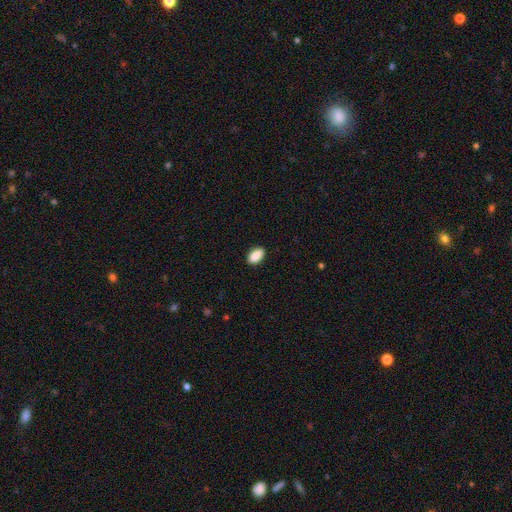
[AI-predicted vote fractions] smooth-or-featured: smooth: 89% | star or artifact: 7% | featured or disk: 4%
  how-rounded: in between: 92% | round: 4% | cigar-shaped: 3%
  merging: none: 89% | minor disturbance: 8% | major disturbance: 2% | merger: 1%